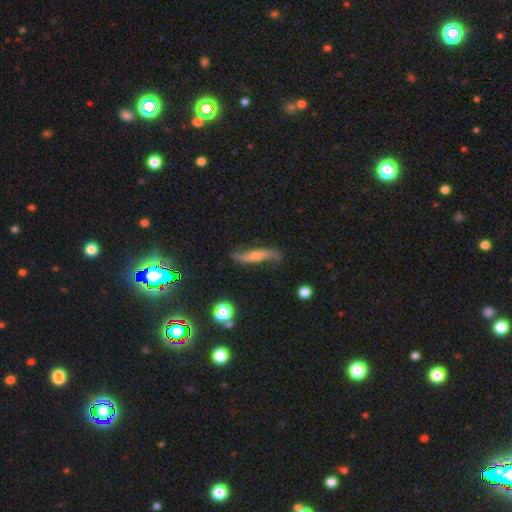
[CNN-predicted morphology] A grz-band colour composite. It shows a featured or disk galaxy (73%). Merging: none (72%).